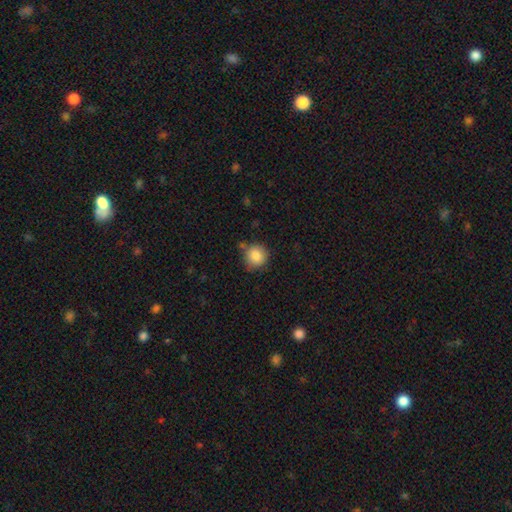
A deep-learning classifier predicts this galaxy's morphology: This is clearly a smooth galaxy (86%). How rounded: clearly round (91%). Merging: likely none (76%).